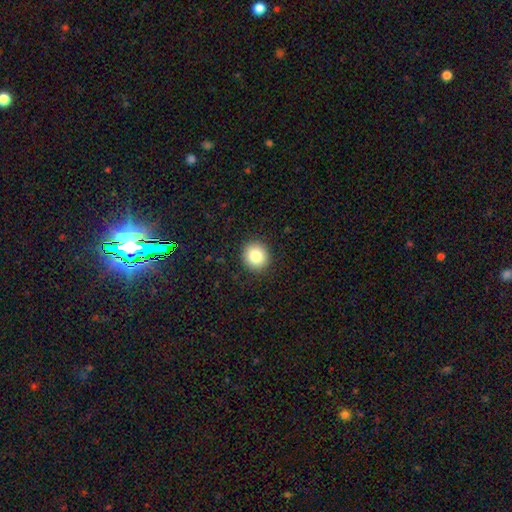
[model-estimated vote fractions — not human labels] A smooth galaxy with no disk features (83%) that is round (87%). Merging: none (91%).